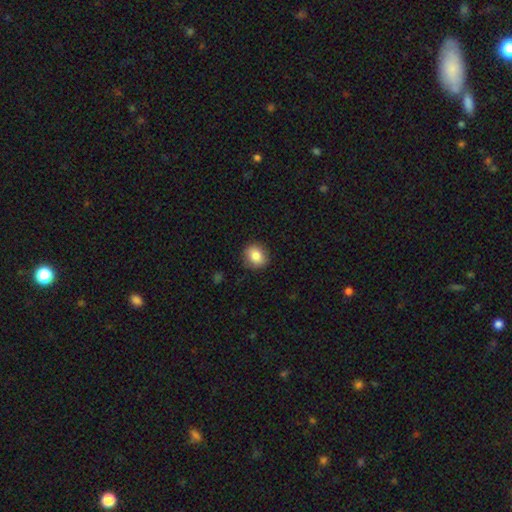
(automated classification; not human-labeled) Overall: smooth (85%). How rounded: round (69%; in between 30%). Merging: none (87%).